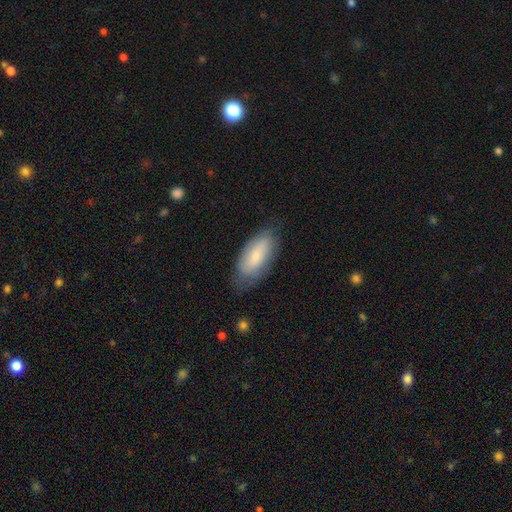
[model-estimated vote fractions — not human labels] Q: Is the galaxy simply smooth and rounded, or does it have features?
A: smooth — 71%.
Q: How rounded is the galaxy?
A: in between — 87%.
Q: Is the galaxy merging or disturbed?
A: none — 72%.